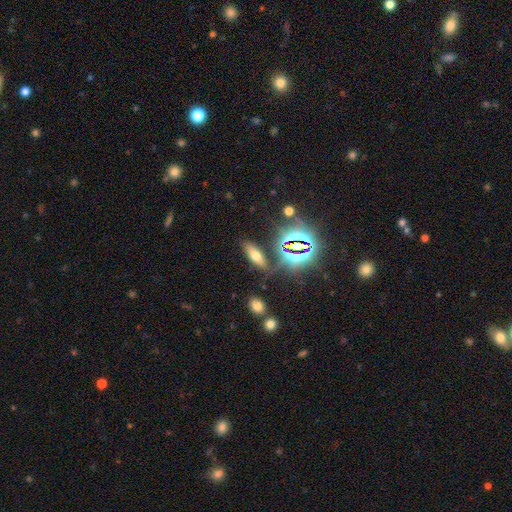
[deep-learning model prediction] Smooth or featured: smooth — 52% (star or artifact — 30%)
How rounded: in between — 62% (cigar-shaped — 31%)
Merging: none — 79% (minor disturbance — 11%)